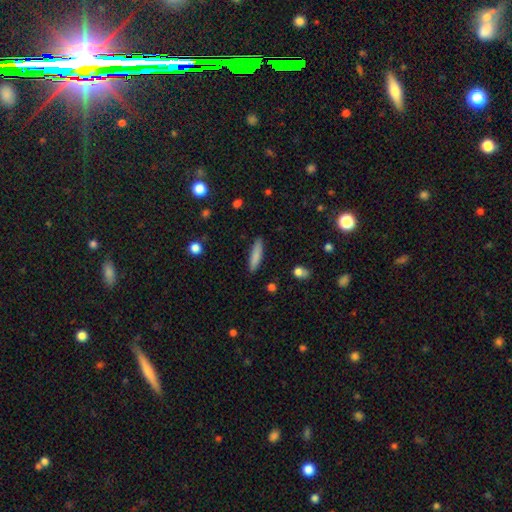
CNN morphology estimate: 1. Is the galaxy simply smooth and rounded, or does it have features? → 83% smooth, 11% featured or disk, 6% star or artifact.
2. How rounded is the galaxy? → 81% cigar-shaped, 17% in between, 2% round.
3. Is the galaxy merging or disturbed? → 88% none, 9% minor disturbance, 2% major disturbance, 2% merger.